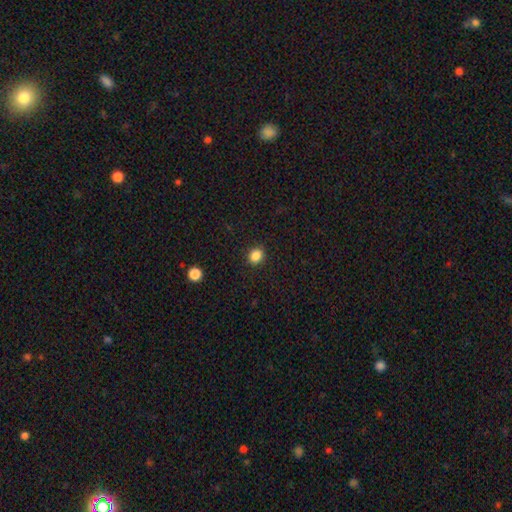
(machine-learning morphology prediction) This appears to be a smooth galaxy with no disk features (86%) that is round (69%). Merging: none (90%).